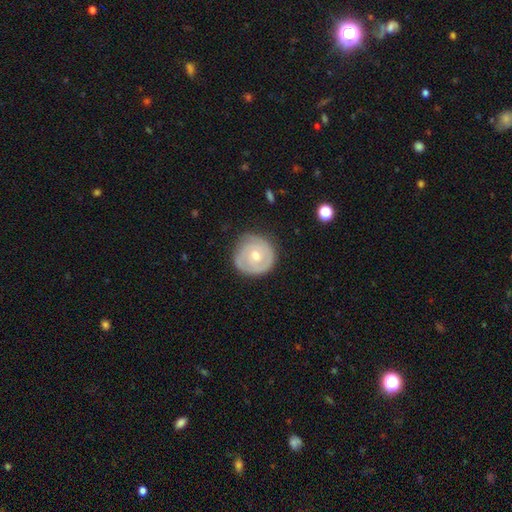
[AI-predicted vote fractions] featured or disk 55%, smooth 40%, star or artifact 6%. Down the decision tree: edge-on disk — no (97%); bar — no (76%); spiral arms — yes (67%); bulge size — moderate (51%); merging — none (72%).